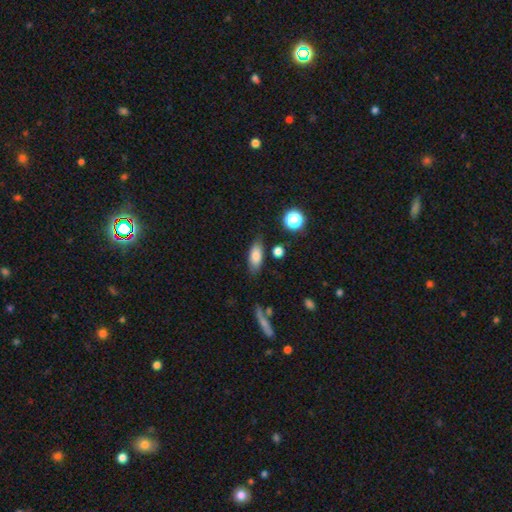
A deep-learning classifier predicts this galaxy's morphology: smooth-or-featured: smooth: 80% | featured or disk: 11% | star or artifact: 9%
  how-rounded: in between: 75% | cigar-shaped: 20% | round: 5%
  merging: none: 77% | minor disturbance: 15% | major disturbance: 4% | merger: 4%